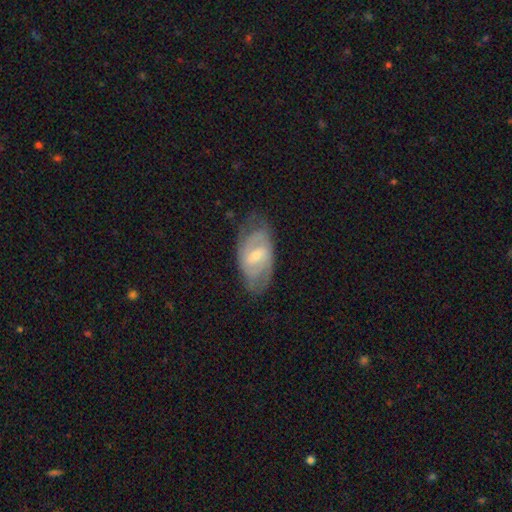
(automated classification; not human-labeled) Smooth or featured?
  - featured or disk: 77% *
  - smooth: 18%
  - star or artifact: 5%
Edge-on disk?
  - no: 95% *
  - yes: 5%
Bar?
  - weak: 57% *
  - strong: 24%
  - no: 19%
Spiral arms?
  - yes: 91% *
  - no: 9%
Spiral winding?
  - medium: 45% *
  - tight: 42%
  - loose: 13%
Spiral arm count?
  - 2: 70% *
  - can't tell: 18%
  - 3: 7%
  - 1: 2%
  - 4: 2%
  - more than 4: 2%
Bulge size?
  - small: 49% *
  - moderate: 44%
  - none: 4%
  - large: 2%
  - dominant: 1%
Merging?
  - none: 71% *
  - minor disturbance: 21%
  - major disturbance: 7%
  - merger: 1%